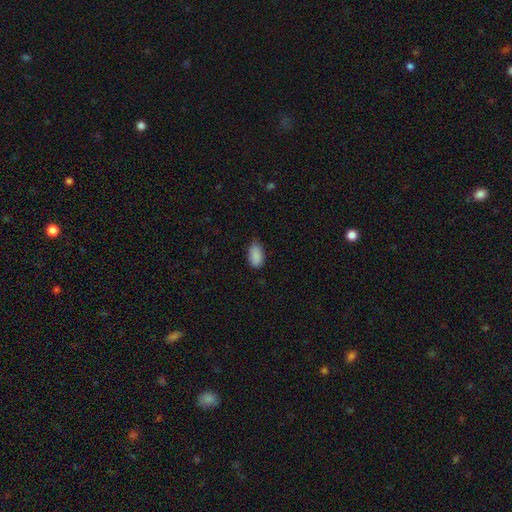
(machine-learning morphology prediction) Smooth or featured?
  - smooth: 89% *
  - star or artifact: 7%
  - featured or disk: 4%
How rounded?
  - in between: 94% *
  - round: 4%
  - cigar-shaped: 3%
Merging?
  - none: 74% *
  - minor disturbance: 22%
  - major disturbance: 3%
  - merger: 1%